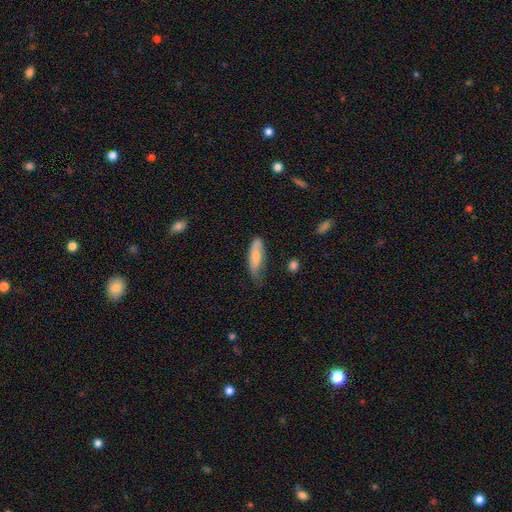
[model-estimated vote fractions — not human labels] Smooth or featured? Predicted: smooth (p=0.77). How rounded? Predicted: cigar-shaped (p=0.52). Merging? Predicted: none (p=0.51).